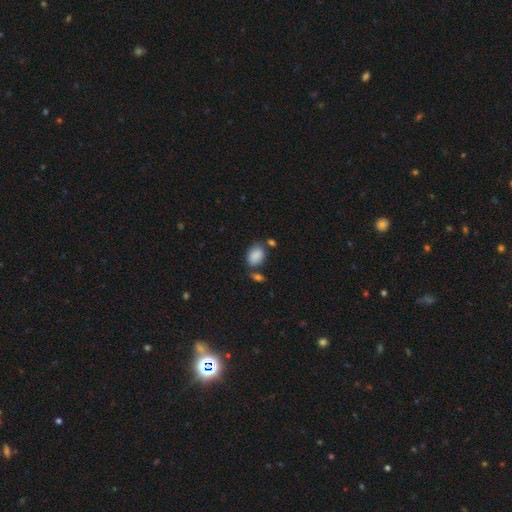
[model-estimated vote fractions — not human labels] Morphology: type=smooth (87%); roundness=in between (77%); merging=none (61%).